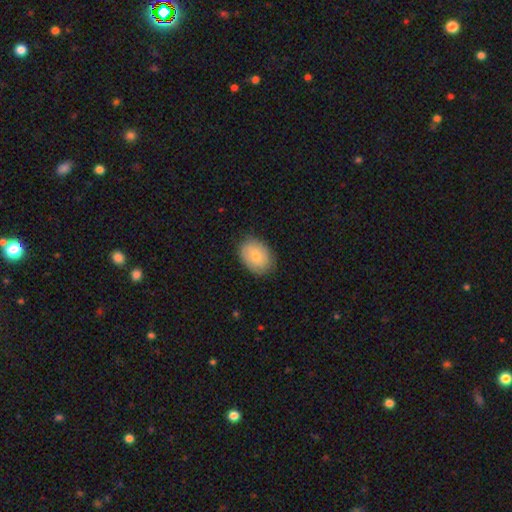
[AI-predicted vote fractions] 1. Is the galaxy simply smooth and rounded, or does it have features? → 73% smooth, 19% featured or disk, 7% star or artifact.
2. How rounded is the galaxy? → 69% in between, 30% round, 1% cigar-shaped.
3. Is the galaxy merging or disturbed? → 85% none, 11% minor disturbance, 2% major disturbance, 1% merger.